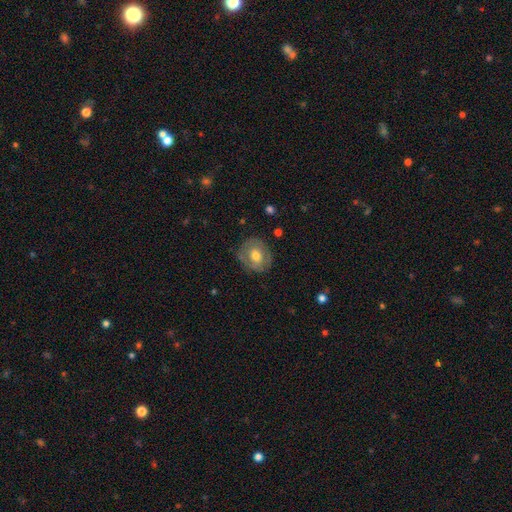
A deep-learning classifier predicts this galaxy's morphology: smooth-or-featured: smooth: 57% | featured or disk: 35% | star or artifact: 8%
  how-rounded: round: 78% | in between: 21% | cigar-shaped: 1%
  merging: none: 80% | minor disturbance: 14% | major disturbance: 4% | merger: 1%